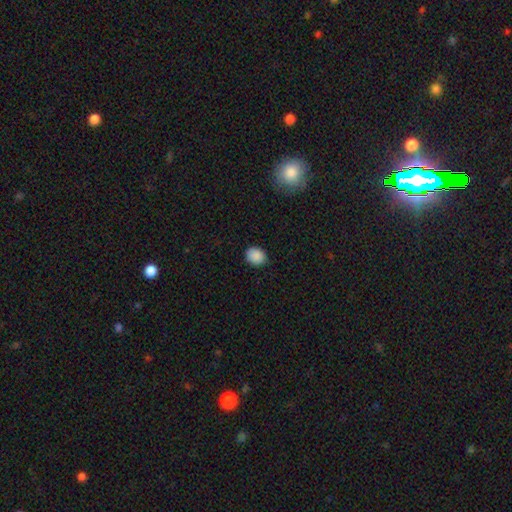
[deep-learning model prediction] smooth 88%, star or artifact 9%, featured or disk 3%. Down the decision tree: how rounded — round (56%); merging — none (84%).